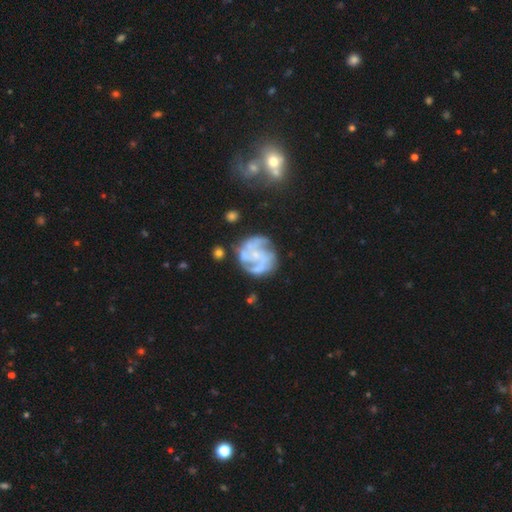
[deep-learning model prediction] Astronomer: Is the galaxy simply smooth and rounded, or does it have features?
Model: featured or disk — 85%.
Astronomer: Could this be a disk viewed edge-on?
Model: no — 98%.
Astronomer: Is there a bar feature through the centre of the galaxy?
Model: no — 63%.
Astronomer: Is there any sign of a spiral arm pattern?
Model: yes — 94%.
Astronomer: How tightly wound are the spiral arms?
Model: medium — 46% (runner-up: tight, 41%).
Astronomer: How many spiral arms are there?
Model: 3 — 43% (runner-up: 2, 19%).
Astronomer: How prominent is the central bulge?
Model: small — 57%.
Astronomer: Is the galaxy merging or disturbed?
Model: none — 68%.